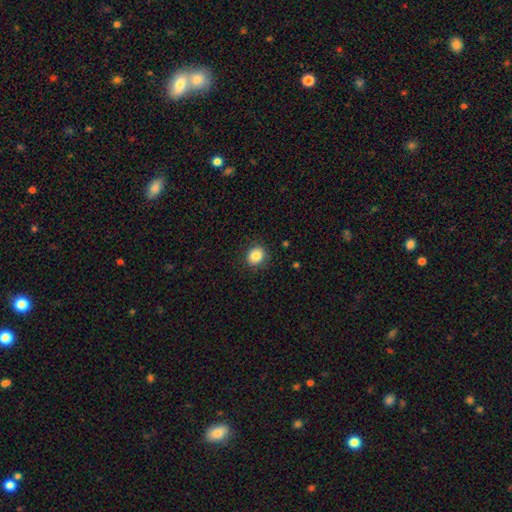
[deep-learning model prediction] Smooth or featured? Predicted: smooth (p=0.85). How rounded? Predicted: round (p=0.76). Merging? Predicted: none (p=0.88).